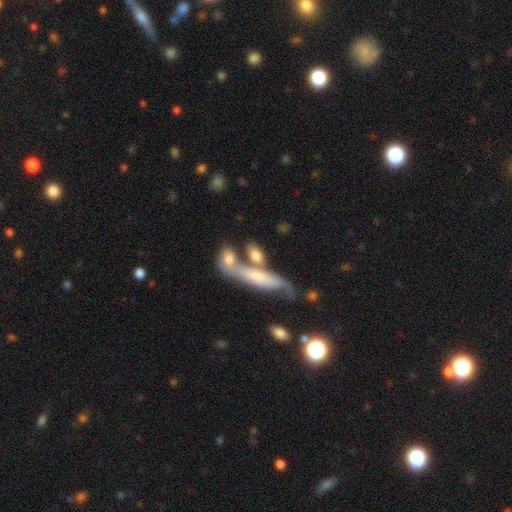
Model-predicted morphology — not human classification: type=smooth (68%); roundness=in between (62%); merging=merger (43%).